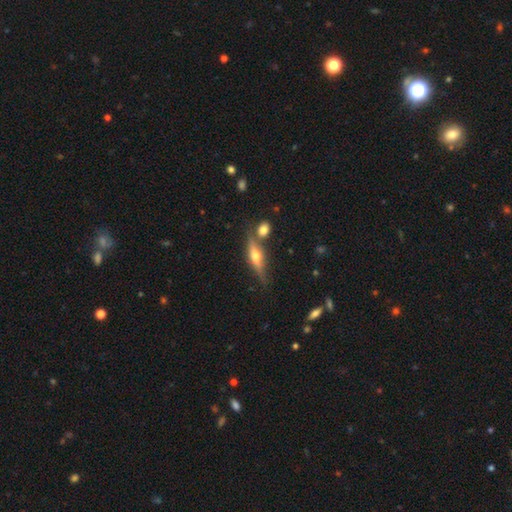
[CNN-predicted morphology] Smooth or featured? Predicted: featured or disk (p=0.68). Edge-on disk? Predicted: yes (p=0.95). Edge-on bulge? Predicted: rounded (p=0.94). Merging? Predicted: none (p=0.73).